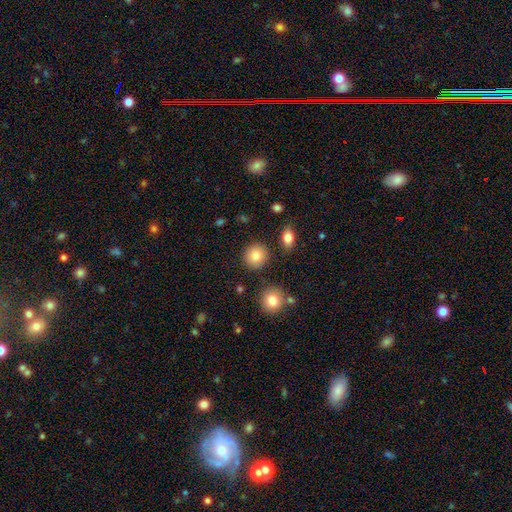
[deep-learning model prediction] The model was most divided on "smooth or featured": smooth: 84%, star or artifact: 9%, featured or disk: 7%. More confident: how rounded — round (91%); merging — none (87%).